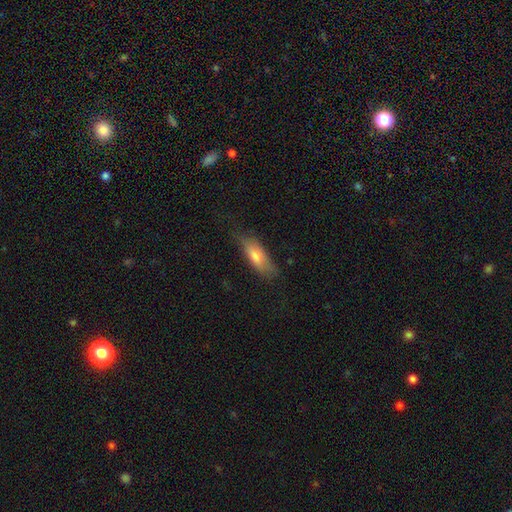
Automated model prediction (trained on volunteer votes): smooth_or_featured: smooth (p=0.70) [alt: featured or disk p=0.23]
how_rounded: in between (p=0.57) [alt: cigar-shaped p=0.41]
merging: none (p=0.63) [alt: minor disturbance p=0.26]